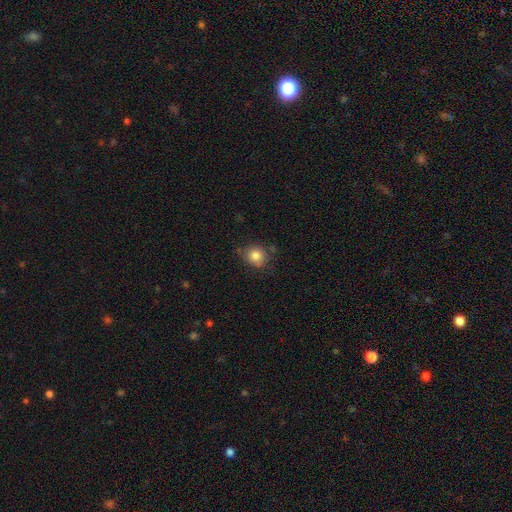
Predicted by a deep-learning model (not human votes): smooth_or_featured: smooth (p=0.82) [alt: star or artifact p=0.10]
how_rounded: round (p=0.81) [alt: in between p=0.18]
merging: none (p=0.75) [alt: minor disturbance p=0.18]